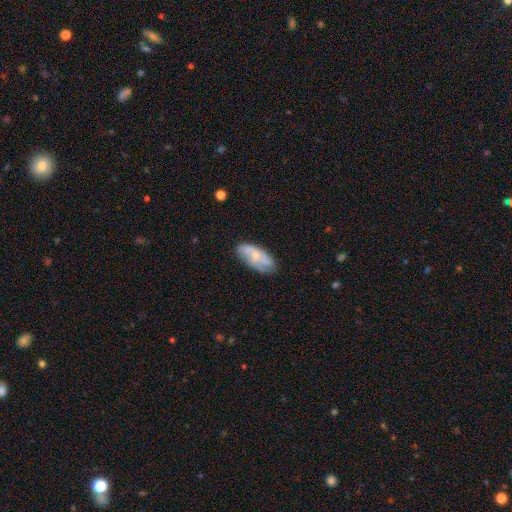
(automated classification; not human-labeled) Smooth or featured?
  - featured or disk: 55% *
  - smooth: 39%
  - star or artifact: 7%
Edge-on disk?
  - no: 92% *
  - yes: 8%
Bar?
  - no: 72% *
  - weak: 23%
  - strong: 4%
Spiral arms?
  - yes: 76% *
  - no: 24%
Bulge size?
  - small: 57% *
  - moderate: 35%
  - none: 5%
  - large: 2%
  - dominant: 1%
Merging?
  - none: 66% *
  - minor disturbance: 24%
  - major disturbance: 7%
  - merger: 2%